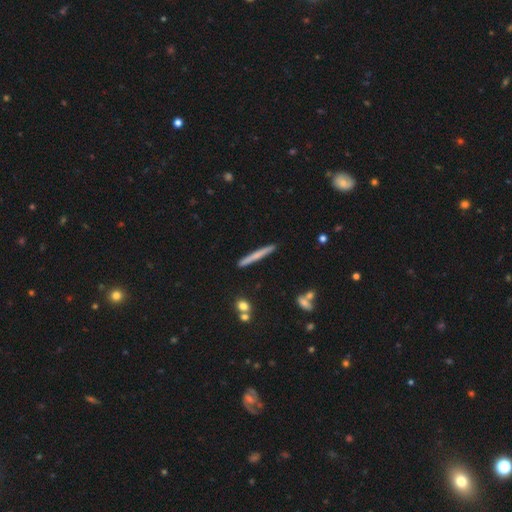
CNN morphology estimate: smooth 60%, featured or disk 34%, star or artifact 7%. Down the decision tree: how rounded — cigar-shaped (96%); merging — none (90%).